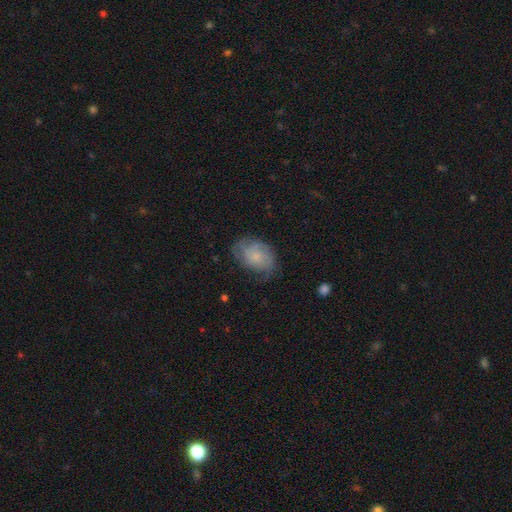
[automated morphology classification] A featured or disk galaxy (48%). Merging: none (58%).